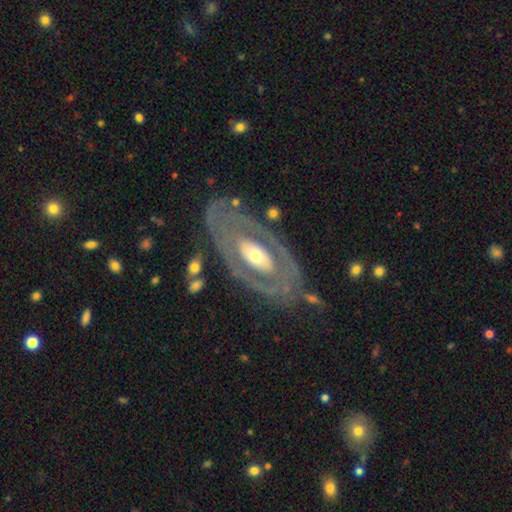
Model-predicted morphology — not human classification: A featured or disk galaxy (75%) with no bar (73%), no spiral arms (61%) and a moderate central bulge (55%).

Vote fractions:
- Smooth or featured? featured or disk: 75% / smooth: 20% / star or artifact: 5%
- Edge-on disk? no: 90% / yes: 10%
- Bar? no: 73% / weak: 15% / strong: 12%
- Spiral arms? no: 61% / yes: 39%
- Bulge size? moderate: 55% / small: 32% / large: 10% / dominant: 2% / none: 1%
- Merging? none: 72% / minor disturbance: 15% / major disturbance: 10% / merger: 3%